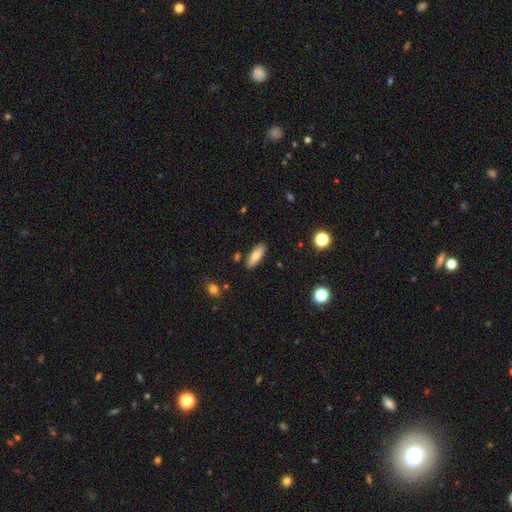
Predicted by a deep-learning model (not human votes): smooth 73%, featured or disk 19%, star or artifact 8%. Down the decision tree: how rounded — in between (61%); merging — none (85%).